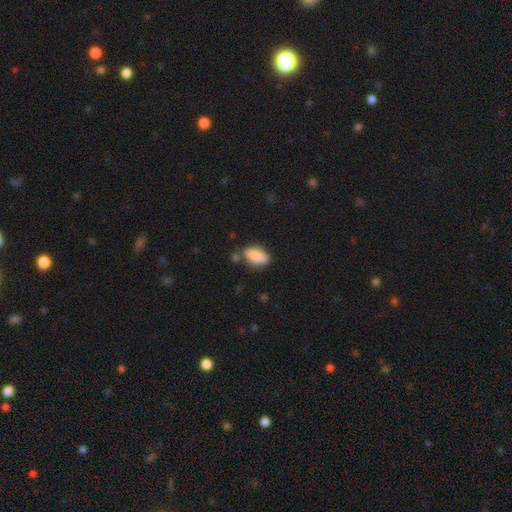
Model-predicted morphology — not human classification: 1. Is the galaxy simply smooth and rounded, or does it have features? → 87% smooth, 7% star or artifact, 7% featured or disk.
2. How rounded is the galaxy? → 90% in between, 6% cigar-shaped, 4% round.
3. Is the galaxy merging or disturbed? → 66% none, 20% minor disturbance, 9% merger, 5% major disturbance.